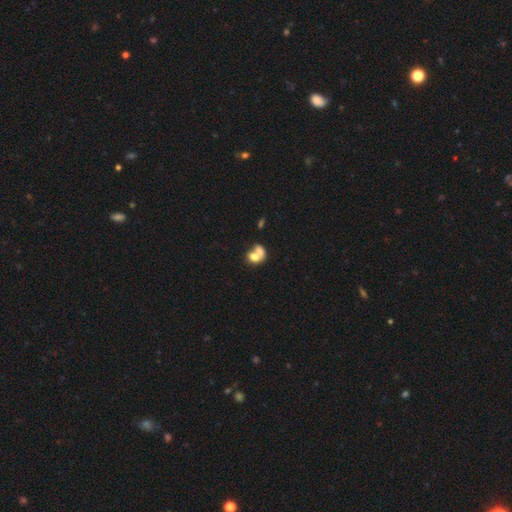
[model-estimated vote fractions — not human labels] This appears to be a smooth galaxy with no disk features (69%) that is in between round and cigar-shaped (57%). Merging: merger (69%).